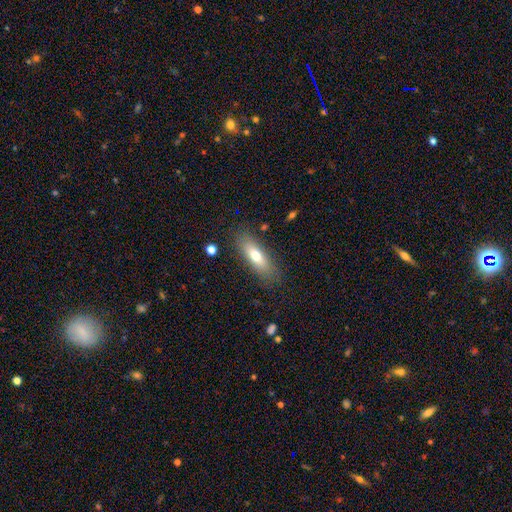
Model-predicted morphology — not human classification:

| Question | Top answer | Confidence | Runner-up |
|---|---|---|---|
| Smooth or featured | smooth | 68% | featured or disk (25%) |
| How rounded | in between | 56% | cigar-shaped (41%) |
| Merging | none | 83% | minor disturbance (11%) |